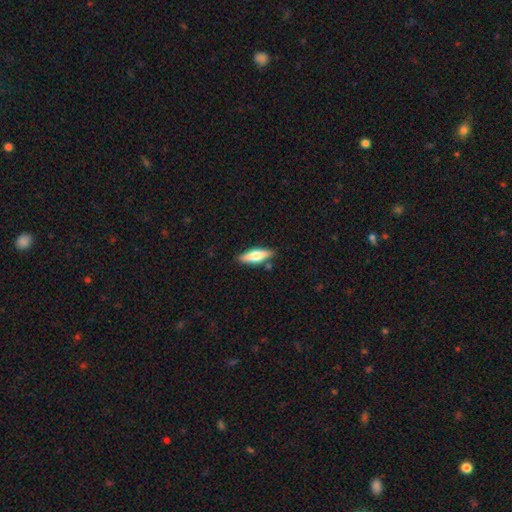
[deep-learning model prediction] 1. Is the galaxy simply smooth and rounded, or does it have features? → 59% smooth, 35% featured or disk, 6% star or artifact.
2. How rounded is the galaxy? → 49% cigar-shaped (tied), 49% in between (tied), 2% round.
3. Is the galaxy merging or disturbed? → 83% none, 12% minor disturbance, 4% merger, 2% major disturbance.